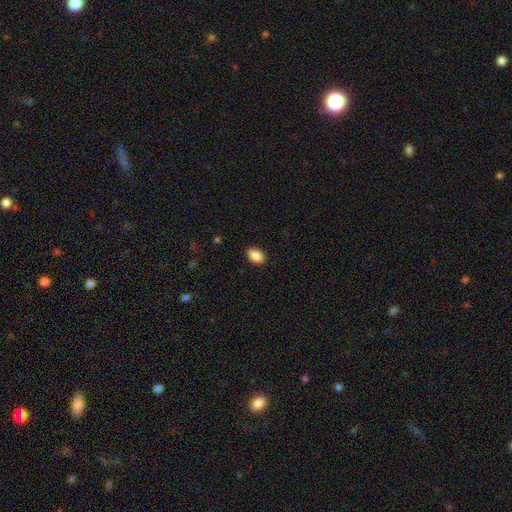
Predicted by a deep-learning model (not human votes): A smooth galaxy with no disk features (89%) that is in between round and cigar-shaped (88%).

Vote fractions:
- Smooth or featured? smooth: 89% / star or artifact: 7% / featured or disk: 3%
- How rounded? in between: 88% / round: 11% / cigar-shaped: 1%
- Merging? none: 89% / minor disturbance: 8% / major disturbance: 2% / merger: 1%